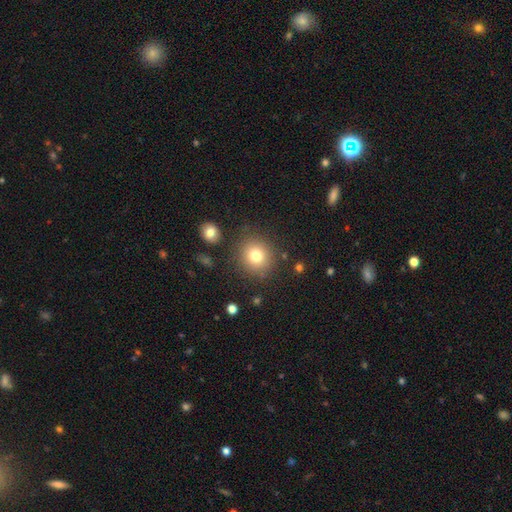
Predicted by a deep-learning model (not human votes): A smooth galaxy with no disk features (80%) that is round (86%).

Vote fractions:
- Smooth or featured? smooth: 80% / star or artifact: 11% / featured or disk: 9%
- How rounded? round: 86% / in between: 13% / cigar-shaped: 1%
- Merging? none: 83% / minor disturbance: 9% / merger: 4% / major disturbance: 4%